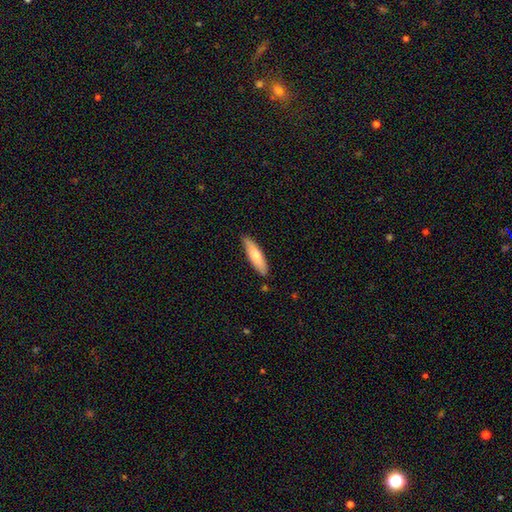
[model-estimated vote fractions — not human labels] Morphology: type=smooth (71%); roundness=cigar-shaped (68%); merging=none (85%).